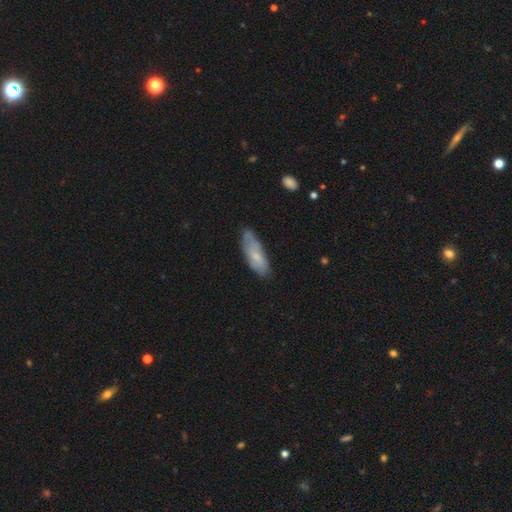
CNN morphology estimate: The model was most divided on "how rounded": in between: 60%, cigar-shaped: 39%, round: 2%. More confident: merging — none (66%); smooth or featured — smooth (60%).